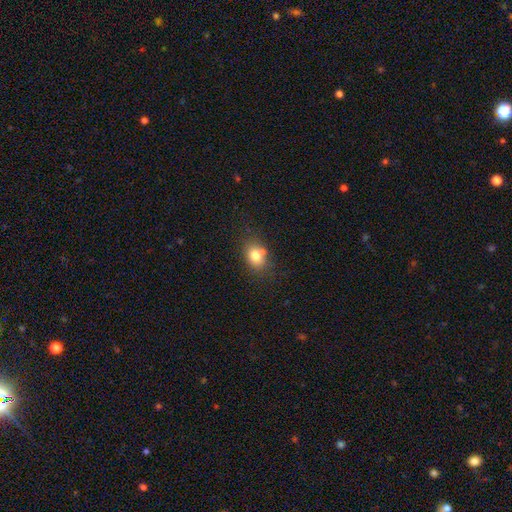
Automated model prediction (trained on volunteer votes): smooth-or-featured: smooth: 77% | featured or disk: 12% | star or artifact: 11%
  how-rounded: in between: 59% | round: 40% | cigar-shaped: 1%
  merging: none: 62% | merger: 19% | minor disturbance: 15% | major disturbance: 4%